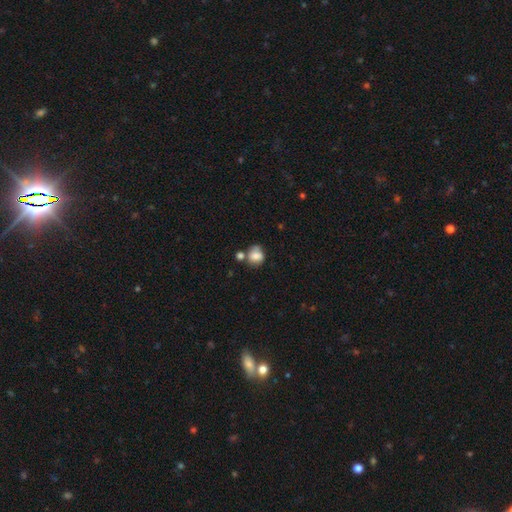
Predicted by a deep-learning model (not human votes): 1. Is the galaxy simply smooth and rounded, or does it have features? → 78% smooth, 13% featured or disk, 9% star or artifact.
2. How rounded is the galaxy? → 68% round, 31% in between, 1% cigar-shaped.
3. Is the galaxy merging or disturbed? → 46% none, 26% merger, 20% minor disturbance, 8% major disturbance.